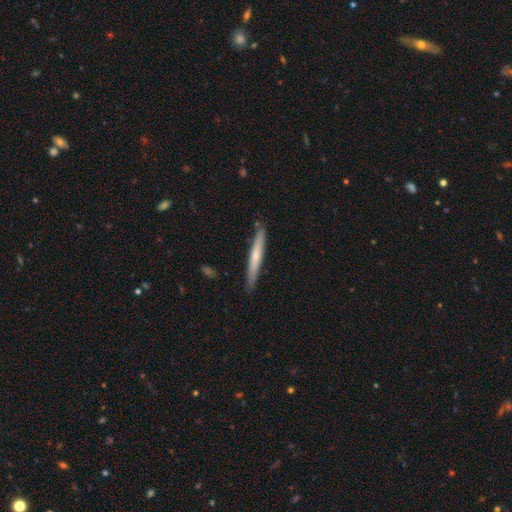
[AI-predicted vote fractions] Smooth or featured?
  - smooth: 50% *
  - featured or disk: 45%
  - star or artifact: 5%
Merging?
  - none: 86% *
  - minor disturbance: 10%
  - merger: 2%
  - major disturbance: 2%